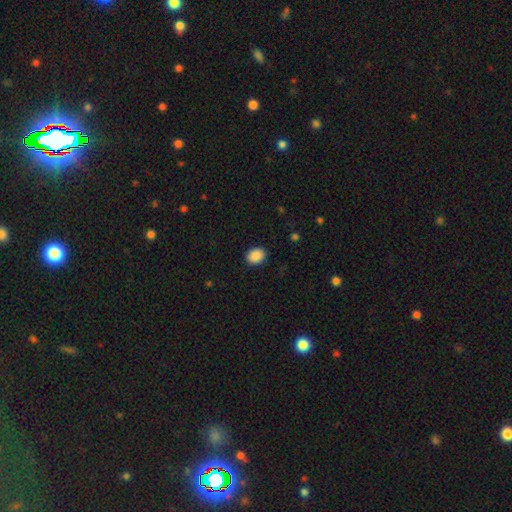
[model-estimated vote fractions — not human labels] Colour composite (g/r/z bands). It shows a smooth galaxy with no disk features (90%) that is in between round and cigar-shaped (56%). Merging: none (90%).